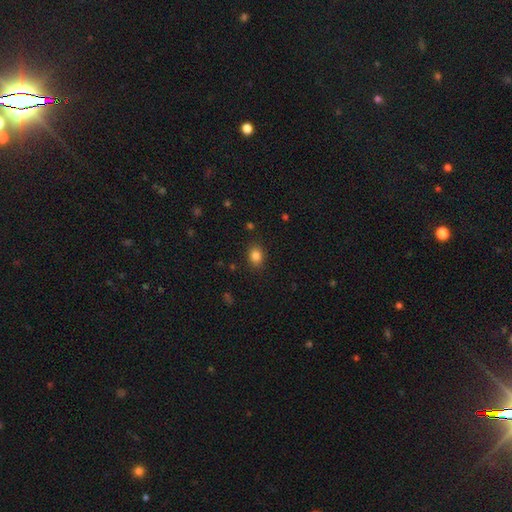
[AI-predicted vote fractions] Smooth or featured?
  - smooth: 84% *
  - star or artifact: 11%
  - featured or disk: 5%
How rounded?
  - in between: 59% *
  - round: 40%
  - cigar-shaped: 1%
Merging?
  - none: 86% *
  - minor disturbance: 10%
  - major disturbance: 3%
  - merger: 1%